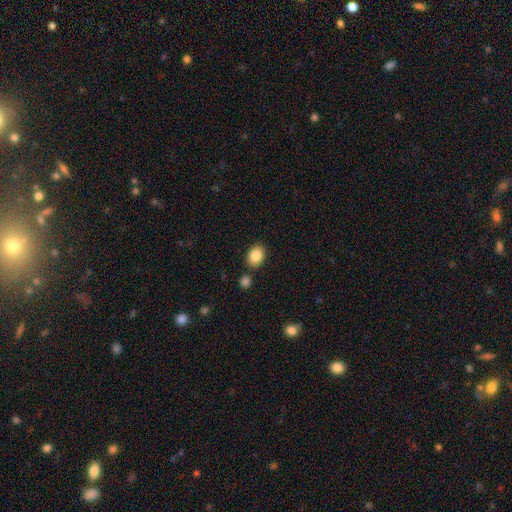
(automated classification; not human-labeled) smooth-or-featured: smooth: 85% | star or artifact: 8% | featured or disk: 7%
  how-rounded: in between: 69% | round: 30% | cigar-shaped: 1%
  merging: none: 82% | minor disturbance: 9% | merger: 6% | major disturbance: 2%